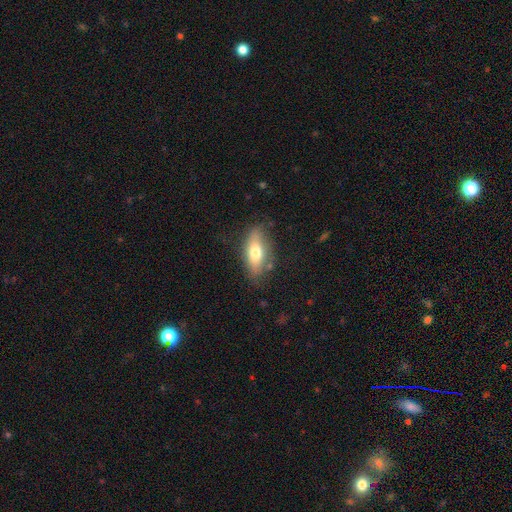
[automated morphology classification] smooth_or_featured: smooth (p=0.66) [alt: featured or disk p=0.27]
how_rounded: in between (p=0.75) [alt: cigar-shaped p=0.21]
merging: none (p=0.73) [alt: minor disturbance p=0.19]